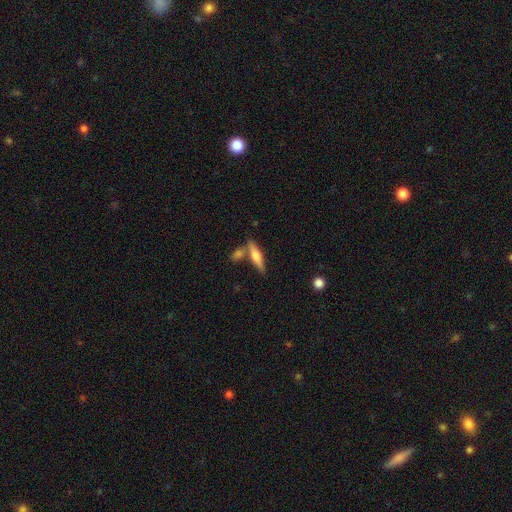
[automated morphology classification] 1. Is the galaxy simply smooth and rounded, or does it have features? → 53% smooth, 41% featured or disk, 6% star or artifact.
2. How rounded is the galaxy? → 75% cigar-shaped, 22% in between, 2% round.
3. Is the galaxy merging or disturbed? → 66% none, 19% merger, 12% minor disturbance, 3% major disturbance.